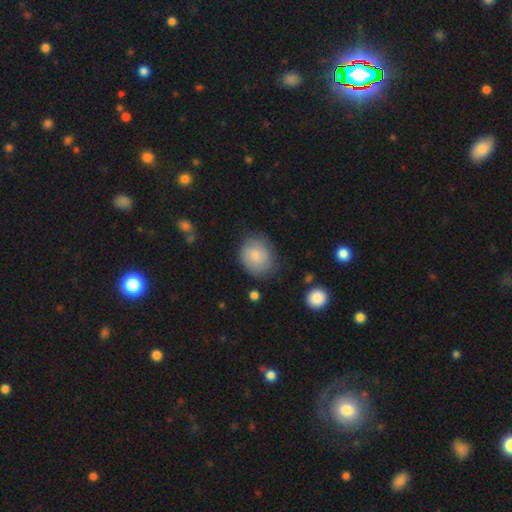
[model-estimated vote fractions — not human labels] Q: Smooth or featured?
A: smooth (64%); runner-up: featured or disk (29%)
Q: How rounded?
A: round (62%); runner-up: in between (37%)
Q: Merging?
A: none (70%); runner-up: minor disturbance (21%)